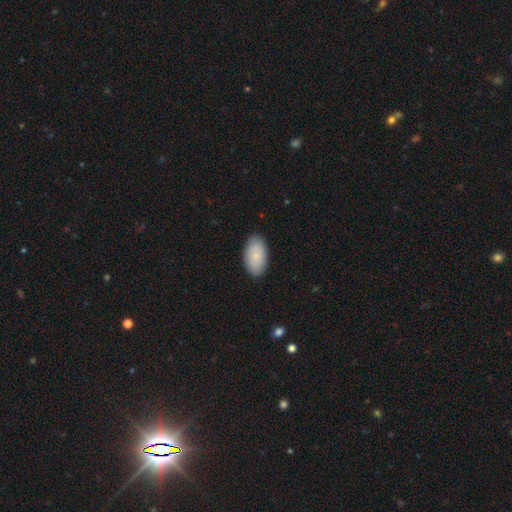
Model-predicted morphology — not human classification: This is clearly a smooth galaxy (83%). How rounded: clearly in between (95%). Merging: clearly none (87%).